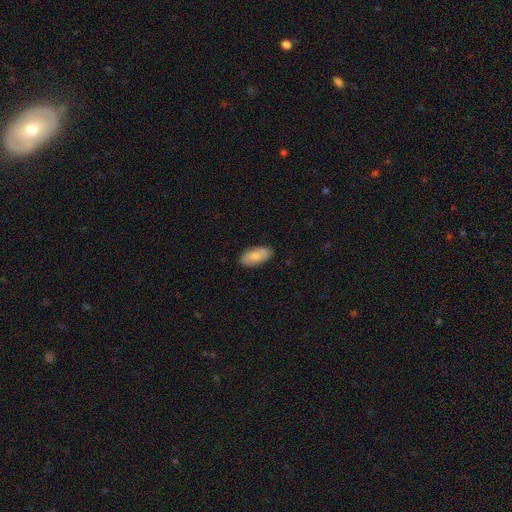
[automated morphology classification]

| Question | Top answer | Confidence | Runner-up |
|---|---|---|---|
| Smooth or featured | smooth | 83% | featured or disk (11%) |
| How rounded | in between | 91% | cigar-shaped (7%) |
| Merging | none | 87% | minor disturbance (10%) |